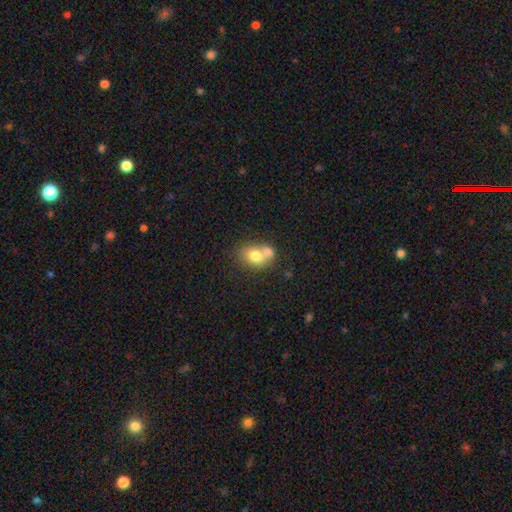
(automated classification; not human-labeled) A smooth galaxy with no disk features (73%) that is in between round and cigar-shaped (54%).

Vote fractions:
- Smooth or featured? smooth: 73% / featured or disk: 18% / star or artifact: 9%
- How rounded? in between: 54% / round: 45% / cigar-shaped: 1%
- Merging? merger: 55% / none: 31% / minor disturbance: 10% / major disturbance: 4%